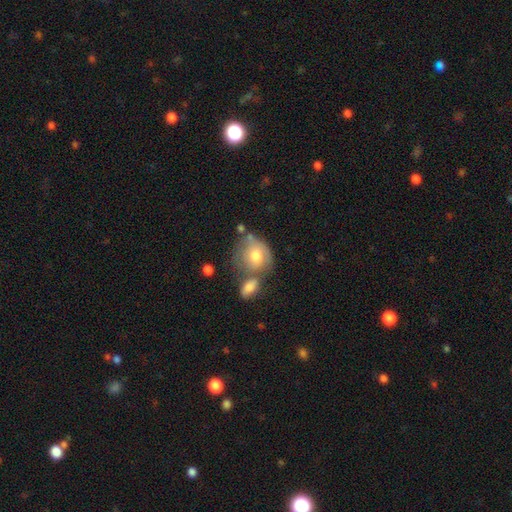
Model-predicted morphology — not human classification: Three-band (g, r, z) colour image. It shows a smooth galaxy with no disk features (66%) that is round (68%). Merging: none (35%).